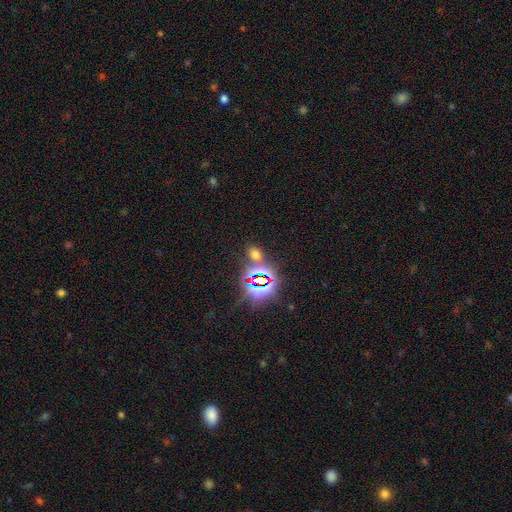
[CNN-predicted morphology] smooth-or-featured: star or artifact: 59% | smooth: 34% | featured or disk: 8%